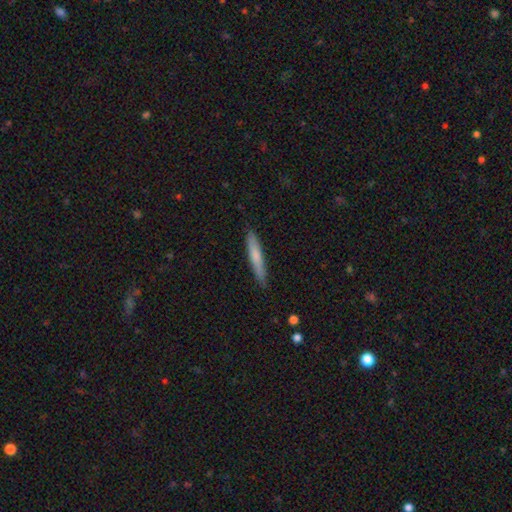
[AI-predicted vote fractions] Q: Smooth or featured?
A: smooth (70%); runner-up: featured or disk (25%)
Q: How rounded?
A: cigar-shaped (93%); runner-up: in between (6%)
Q: Merging?
A: none (87%); runner-up: minor disturbance (10%)